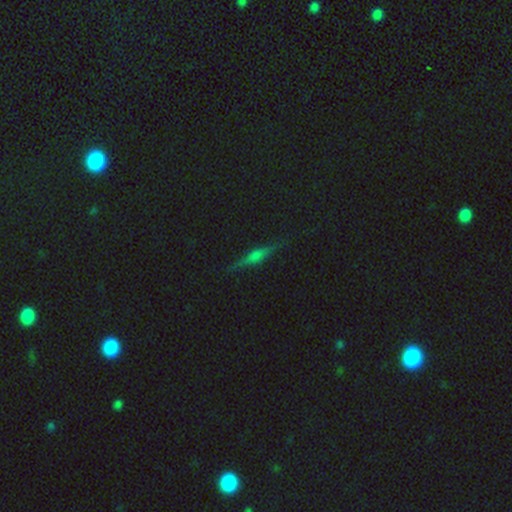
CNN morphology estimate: Smooth or featured?
  - featured or disk: 57% *
  - smooth: 26%
  - star or artifact: 16%
Edge-on disk?
  - yes: 95% *
  - no: 5%
Edge-on bulge?
  - rounded: 74% *
  - boxy: 17%
  - none: 9%
Merging?
  - none: 88% *
  - minor disturbance: 9%
  - major disturbance: 2%
  - merger: 1%